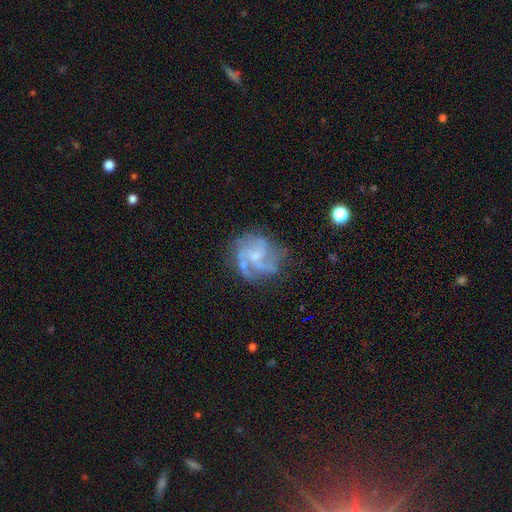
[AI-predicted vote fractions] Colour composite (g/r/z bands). It shows a featured or disk galaxy (77%) with no bar (57%), 3 (38%) medium (49%) spiral arms (87%) and a small central bulge (50%). Merging: none (58%).